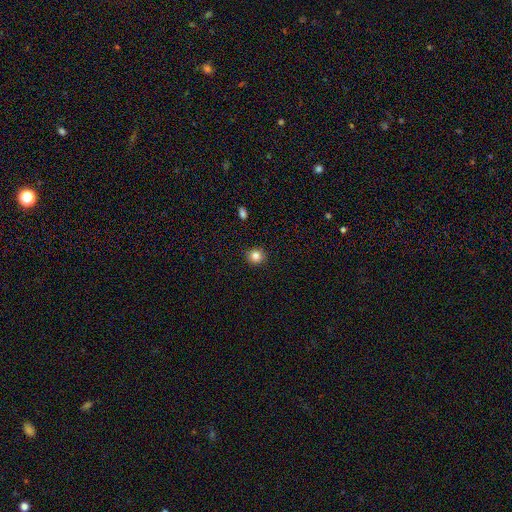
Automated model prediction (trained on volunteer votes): A smooth galaxy with no disk features (84%) that is round (90%).

Vote fractions:
- Smooth or featured? smooth: 84% / star or artifact: 11% / featured or disk: 5%
- How rounded? round: 90% / in between: 9% / cigar-shaped: 1%
- Merging? none: 91% / minor disturbance: 6% / major disturbance: 2% / merger: 1%